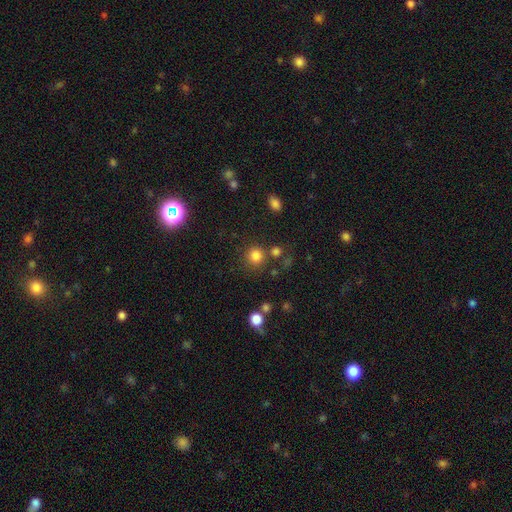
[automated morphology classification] Overall: smooth (81%). How rounded: round (91%). Merging: none (78%).